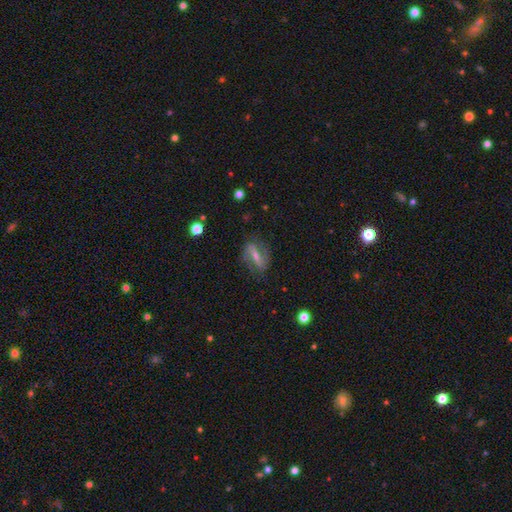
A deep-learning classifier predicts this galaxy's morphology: Smooth or featured? Predicted: featured or disk (p=0.70). Edge-on disk? Predicted: no (p=0.91). Bar? Predicted: strong (p=0.51). Spiral arms? Predicted: yes (p=0.85). Spiral winding? Predicted: medium (p=0.43). Spiral arm count? Predicted: 2 (p=0.84). Bulge size? Predicted: small (p=0.45). Merging? Predicted: none (p=0.72).